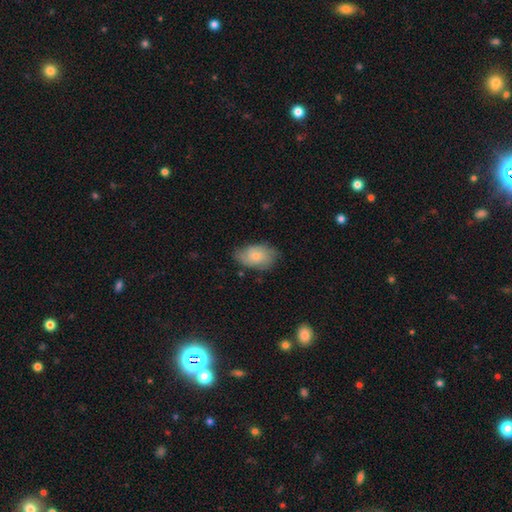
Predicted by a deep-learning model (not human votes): A smooth galaxy with no disk features (67%) that is in between round and cigar-shaped (90%). Merging: none (66%).